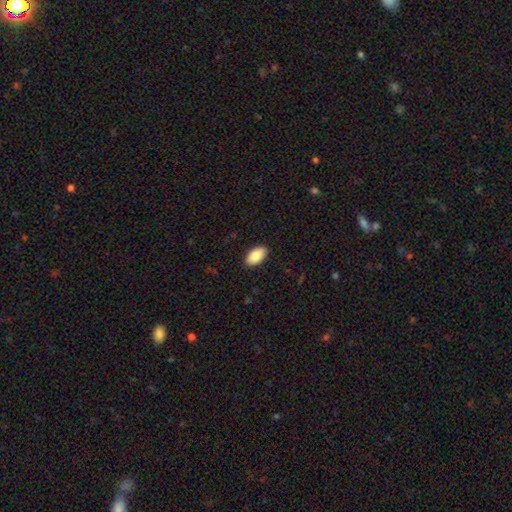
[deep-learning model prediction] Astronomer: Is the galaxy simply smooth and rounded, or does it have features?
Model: smooth — 88%.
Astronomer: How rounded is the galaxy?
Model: in between — 96%.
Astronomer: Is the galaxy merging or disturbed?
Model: none — 90%.